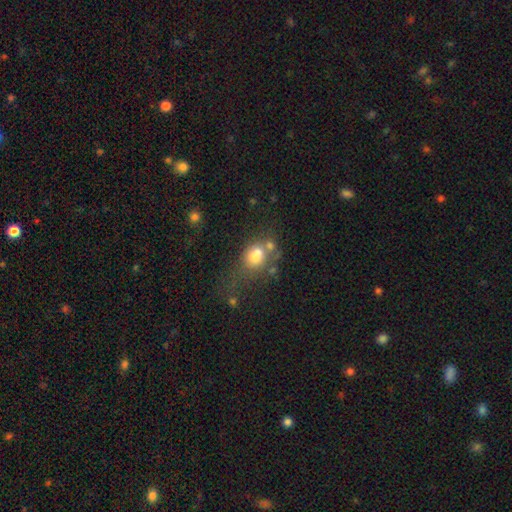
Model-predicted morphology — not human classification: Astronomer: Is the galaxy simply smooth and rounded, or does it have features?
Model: smooth — 70%.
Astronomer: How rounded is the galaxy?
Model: in between — 59% (runner-up: round, 39%).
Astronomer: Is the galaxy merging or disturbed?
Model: merger — 34% (runner-up: none, 29%).